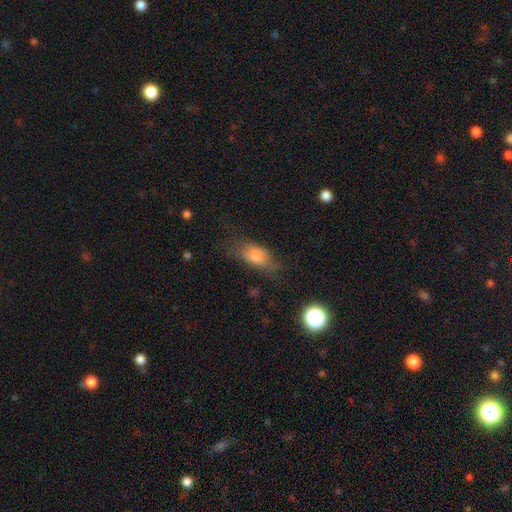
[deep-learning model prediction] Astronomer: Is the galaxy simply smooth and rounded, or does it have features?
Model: smooth — 75%.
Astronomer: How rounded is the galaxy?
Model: in between — 78%.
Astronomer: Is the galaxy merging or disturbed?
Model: none — 61%.